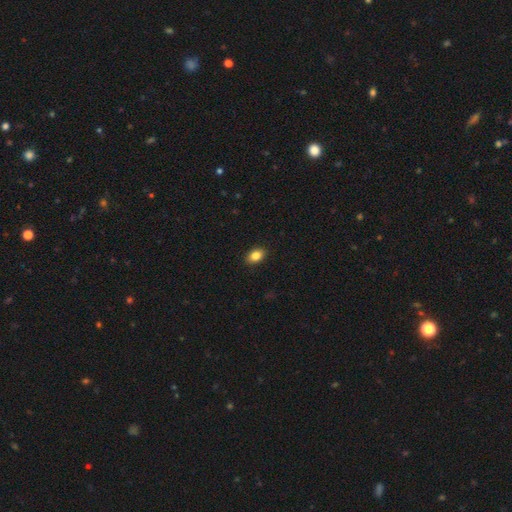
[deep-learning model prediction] A smooth galaxy with no disk features (85%) that is in between round and cigar-shaped (81%).

Vote fractions:
- Smooth or featured? smooth: 85% / star or artifact: 9% / featured or disk: 6%
- How rounded? in between: 81% / round: 17% / cigar-shaped: 1%
- Merging? none: 90% / minor disturbance: 7% / major disturbance: 2% / merger: 1%